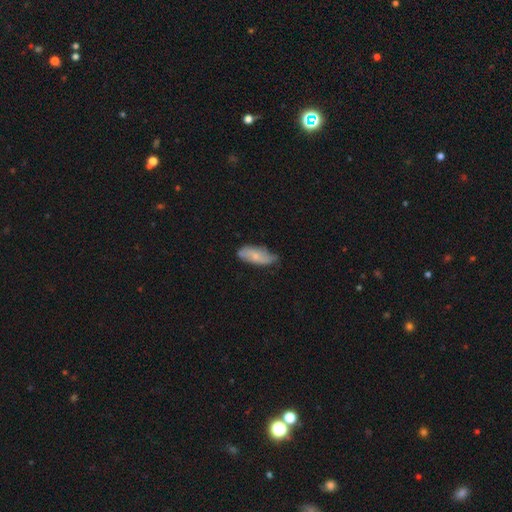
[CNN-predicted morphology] A smooth galaxy with no disk features (55%) that is in between round and cigar-shaped (78%).

Vote fractions:
- Smooth or featured? smooth: 55% / featured or disk: 38% / star or artifact: 7%
- How rounded? in between: 78% / cigar-shaped: 19% / round: 3%
- Merging? none: 55% / minor disturbance: 36% / major disturbance: 7% / merger: 2%